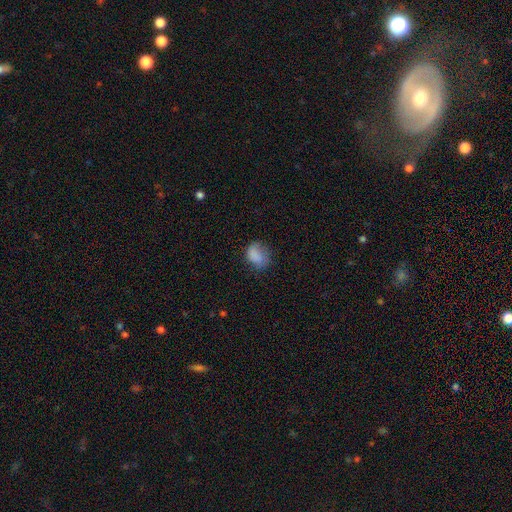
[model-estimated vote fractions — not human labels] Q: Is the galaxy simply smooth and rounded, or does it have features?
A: smooth — 81%.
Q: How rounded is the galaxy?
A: in between — 61%.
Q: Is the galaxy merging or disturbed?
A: none — 56%.